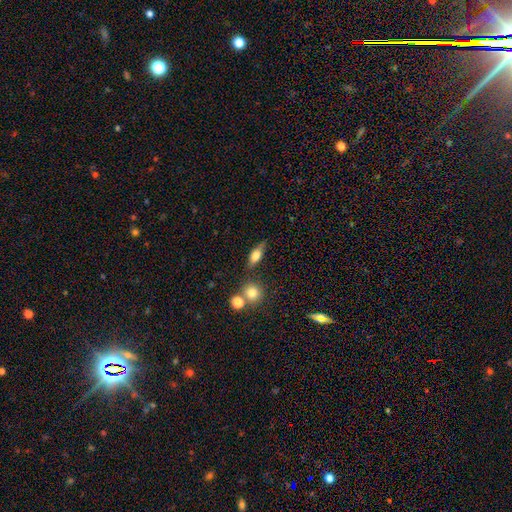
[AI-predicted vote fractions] Smooth or featured? smooth (63%)
How rounded? in between (64%)
Merging? none (71%)